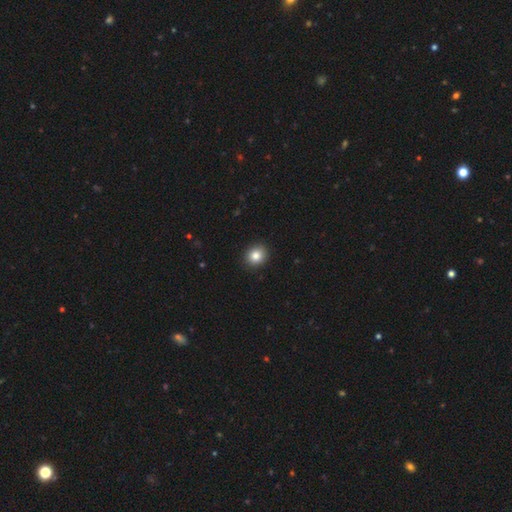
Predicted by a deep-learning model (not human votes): A smooth galaxy with no disk features (84%) that is round (73%).

Vote fractions:
- Smooth or featured? smooth: 84% / star or artifact: 10% / featured or disk: 6%
- How rounded? round: 73% / in between: 26% / cigar-shaped: 1%
- Merging? none: 92% / minor disturbance: 6% / major disturbance: 2% / merger: 1%